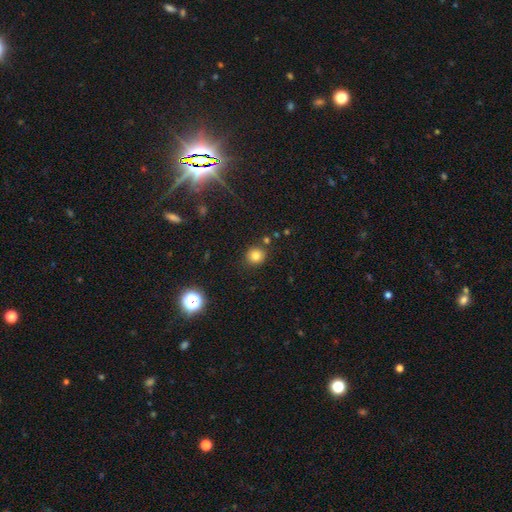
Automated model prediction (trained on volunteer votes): Overall: smooth (79%). How rounded: round (87%). Merging: none (84%).